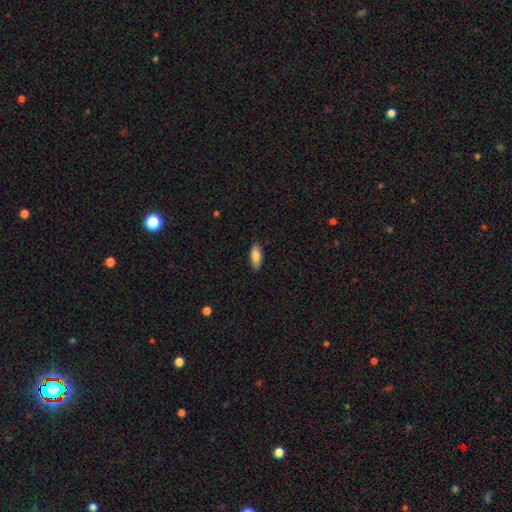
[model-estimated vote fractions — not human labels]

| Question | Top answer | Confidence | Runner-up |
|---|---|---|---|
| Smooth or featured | smooth | 83% | featured or disk (10%) |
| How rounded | in between | 77% | cigar-shaped (21%) |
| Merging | none | 87% | minor disturbance (10%) |